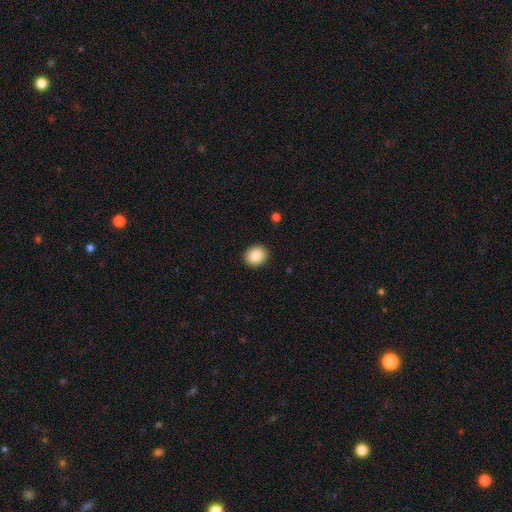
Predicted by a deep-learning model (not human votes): Morphology: type=smooth (86%); roundness=round (71%); merging=none (91%).